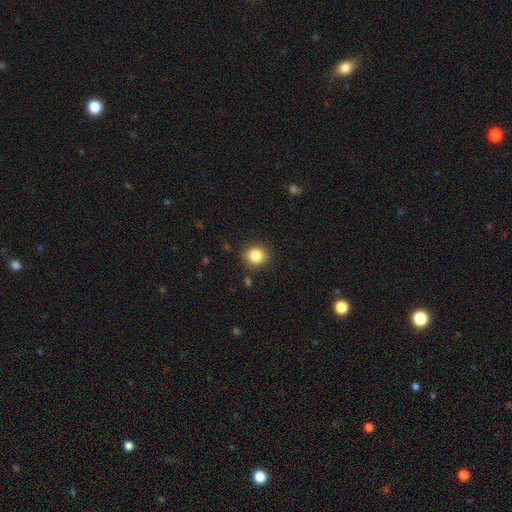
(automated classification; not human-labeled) This appears to be a smooth galaxy with no disk features (84%) that is round (84%). Merging: none (88%).